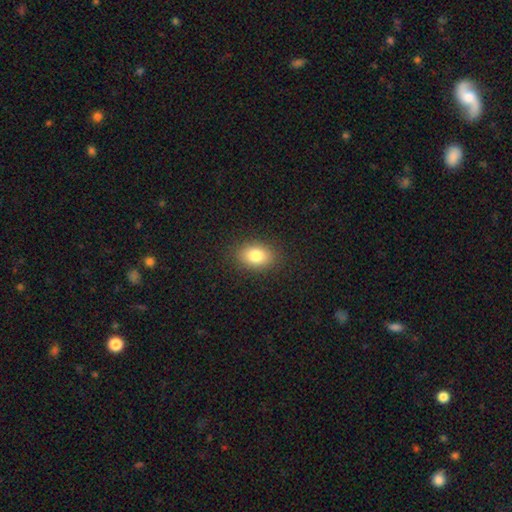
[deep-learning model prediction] This is clearly a smooth galaxy (82%). How rounded: likely in between (75%). Merging: clearly none (88%).